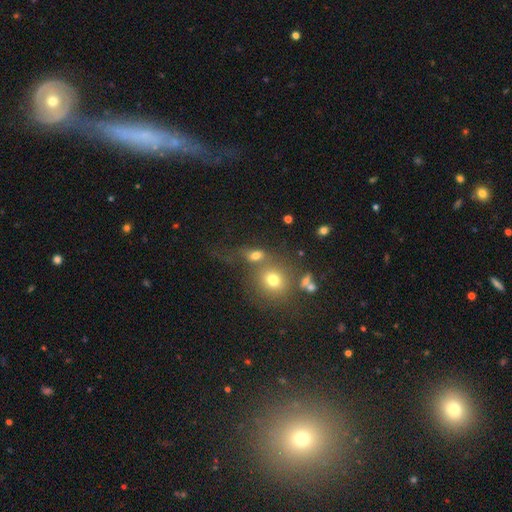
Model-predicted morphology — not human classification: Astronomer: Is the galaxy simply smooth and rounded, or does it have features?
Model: smooth — 68%.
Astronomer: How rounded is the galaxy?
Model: in between — 54% (runner-up: round, 42%).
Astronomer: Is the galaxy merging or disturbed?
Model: none — 37% (runner-up: merger, 36%).